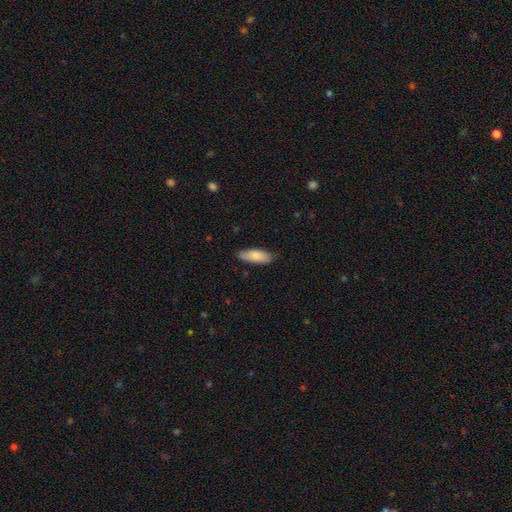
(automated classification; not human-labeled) This is clearly a smooth galaxy (84%). How rounded: likely in between (69%). Merging: clearly none (81%).